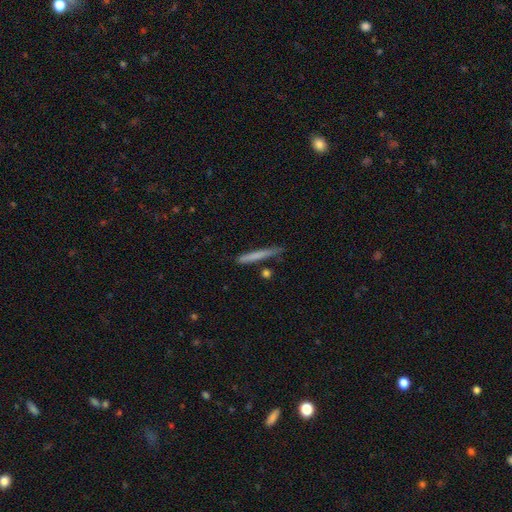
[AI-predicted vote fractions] The model was most divided on "smooth or featured": smooth: 69%, featured or disk: 25%, star or artifact: 6%. More confident: how rounded — cigar-shaped (96%); merging — none (81%).